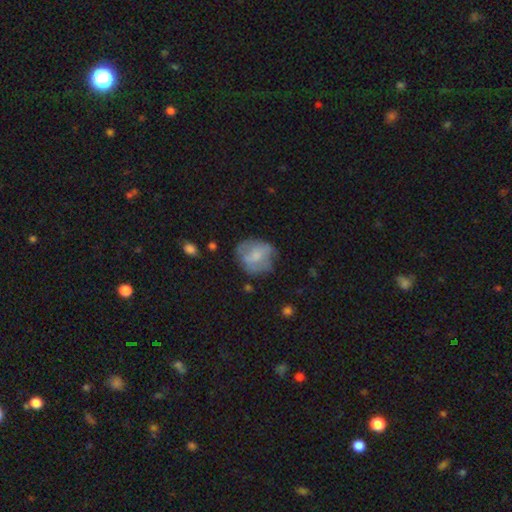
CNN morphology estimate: Smooth or featured? Predicted: smooth (p=0.50). How rounded? Predicted: round (p=0.74). Merging? Predicted: none (p=0.57).